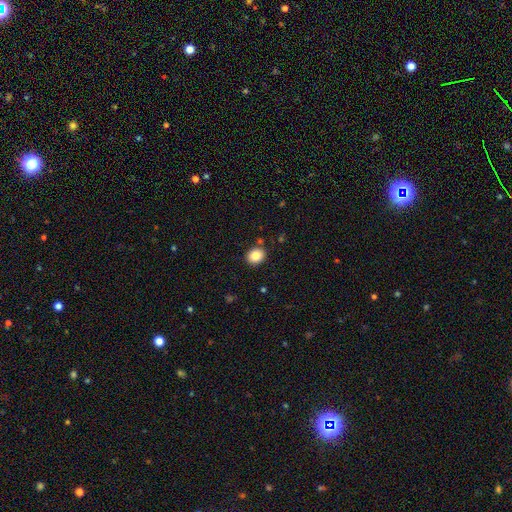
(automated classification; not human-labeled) smooth 84%, star or artifact 9%, featured or disk 7%. Down the decision tree: how rounded — round (62%); merging — none (87%).